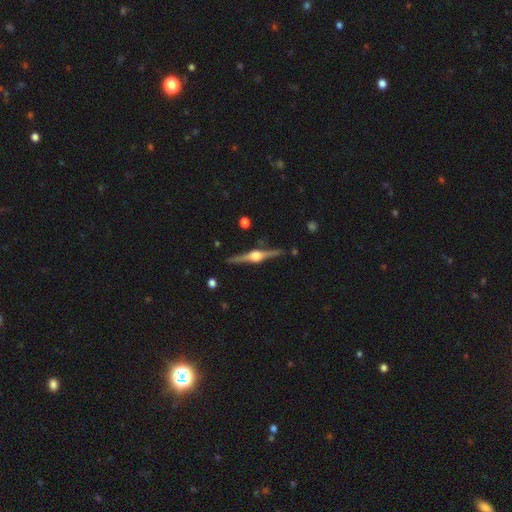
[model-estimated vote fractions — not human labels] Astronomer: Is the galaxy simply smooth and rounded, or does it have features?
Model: featured or disk — 88%.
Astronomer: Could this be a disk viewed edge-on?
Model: yes — 98%.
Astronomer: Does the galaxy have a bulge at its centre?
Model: rounded — 94%.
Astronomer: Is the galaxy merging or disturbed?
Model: none — 90%.